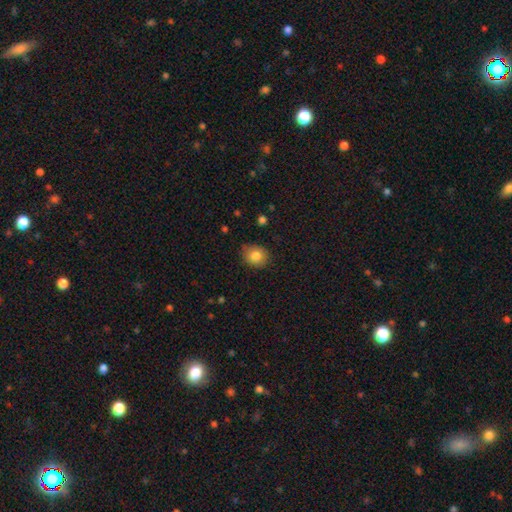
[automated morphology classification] A smooth galaxy with no disk features (83%) that is round (69%).

Vote fractions:
- Smooth or featured? smooth: 83% / star or artifact: 10% / featured or disk: 8%
- How rounded? round: 69% / in between: 31% / cigar-shaped: 1%
- Merging? none: 82% / minor disturbance: 15% / major disturbance: 3% / merger: 1%